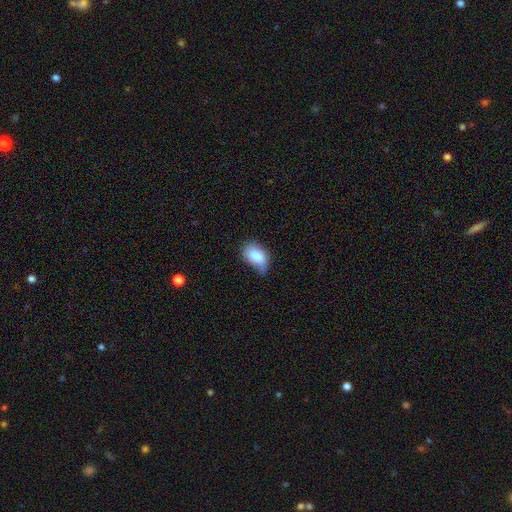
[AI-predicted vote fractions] Smooth or featured: smooth — 81% (featured or disk — 12%)
How rounded: in between — 86% (round — 12%)
Merging: minor disturbance — 43% (none — 40%)